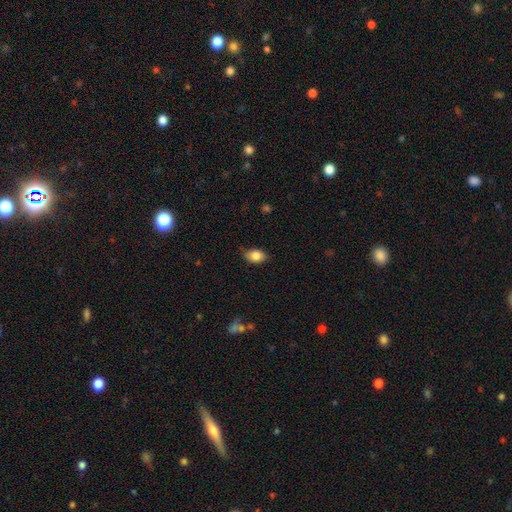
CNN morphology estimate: A smooth galaxy with no disk features (83%) that is in between round and cigar-shaped (84%).

Vote fractions:
- Smooth or featured? smooth: 83% / featured or disk: 9% / star or artifact: 8%
- How rounded? in between: 84% / round: 15% / cigar-shaped: 2%
- Merging? none: 77% / minor disturbance: 18% / major disturbance: 3% / merger: 1%